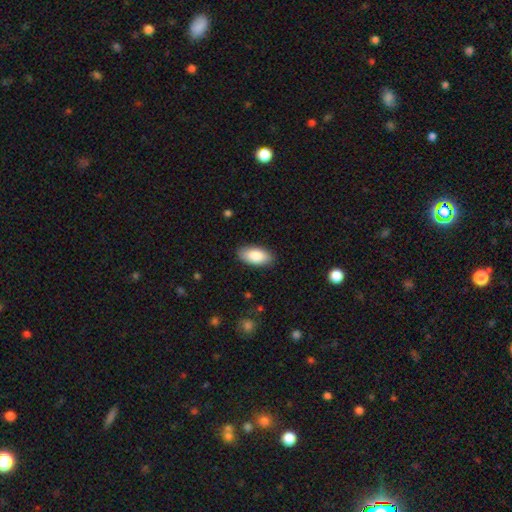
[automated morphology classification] Smooth or featured?
  - smooth: 85% *
  - featured or disk: 9%
  - star or artifact: 6%
How rounded?
  - in between: 93% *
  - cigar-shaped: 4%
  - round: 2%
Merging?
  - none: 87% *
  - minor disturbance: 10%
  - major disturbance: 2%
  - merger: 1%